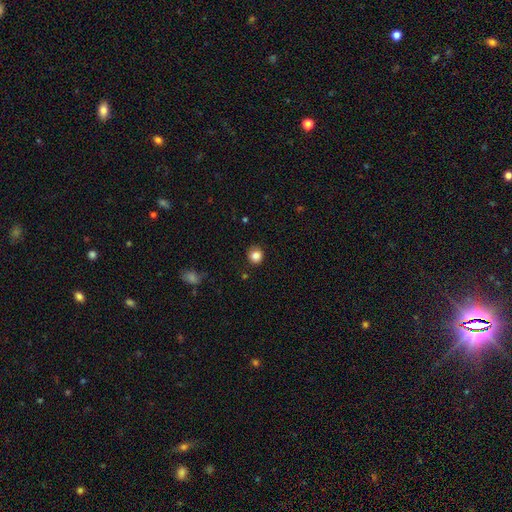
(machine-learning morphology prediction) A smooth galaxy with no disk features (84%) that is round (89%).

Vote fractions:
- Smooth or featured? smooth: 84% / star or artifact: 11% / featured or disk: 5%
- How rounded? round: 89% / in between: 10% / cigar-shaped: 1%
- Merging? none: 86% / minor disturbance: 10% / major disturbance: 2% / merger: 1%